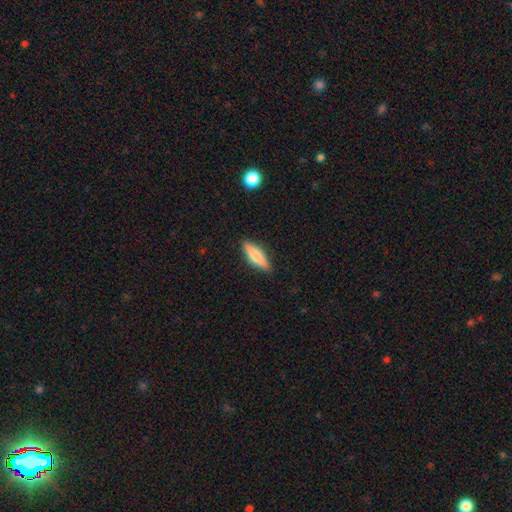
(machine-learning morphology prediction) Q: Smooth or featured?
A: smooth (65%); runner-up: featured or disk (29%)
Q: How rounded?
A: cigar-shaped (67%); runner-up: in between (31%)
Q: Merging?
A: none (89%); runner-up: minor disturbance (8%)